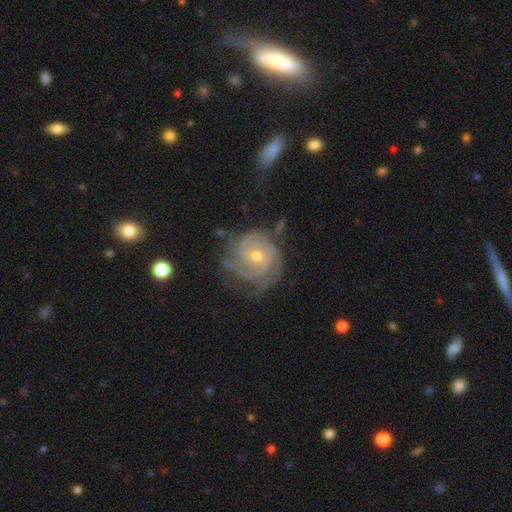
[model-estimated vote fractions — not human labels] This is clearly a featured or disk galaxy (90%). It is clearly not viewed edge-on (98%). Bar: likely no (70%). Spiral arm pattern: clearly yes (98%). Spiral arm count: marginally 3 (35%). Spiral winding: likely tight (76%). Central bulge: possibly moderate (50%). Merging: likely none (65%).